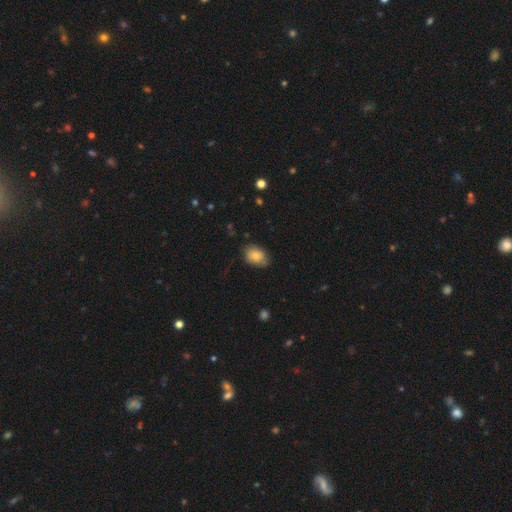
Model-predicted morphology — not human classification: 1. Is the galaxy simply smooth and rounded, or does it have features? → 76% smooth, 16% featured or disk, 8% star or artifact.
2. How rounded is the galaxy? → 73% in between, 26% round, 1% cigar-shaped.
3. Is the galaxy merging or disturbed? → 68% none, 25% minor disturbance, 5% major disturbance, 1% merger.